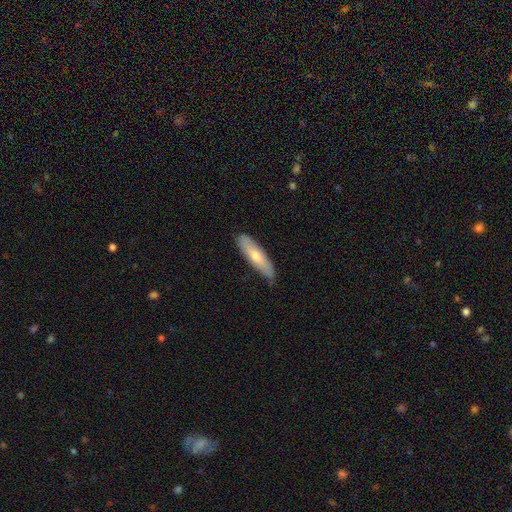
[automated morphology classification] Q: Smooth or featured?
A: smooth (49%); runner-up: featured or disk (42%)
Q: Merging?
A: none (83%); runner-up: minor disturbance (14%)